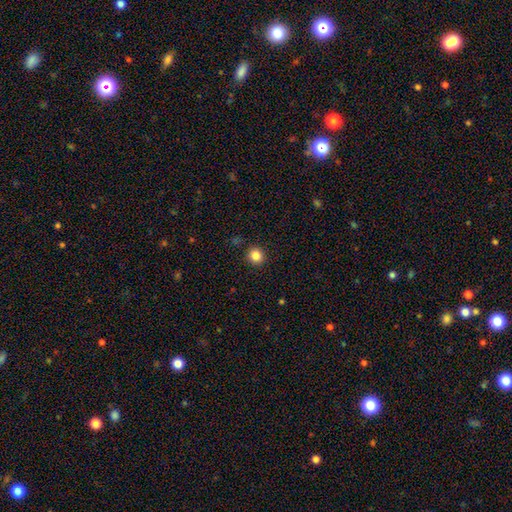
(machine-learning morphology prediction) A smooth galaxy with no disk features (84%) that is round (89%). Merging: none (91%).